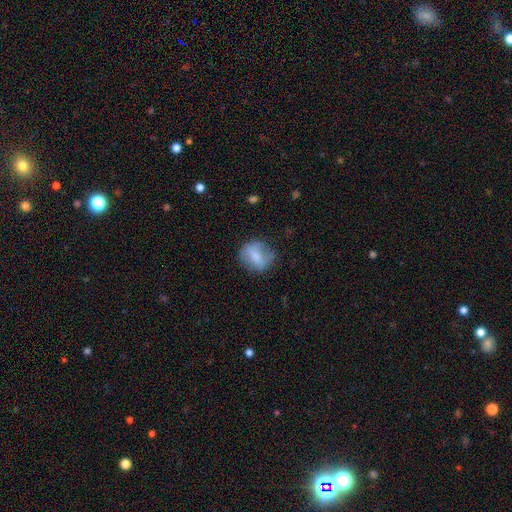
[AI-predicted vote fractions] smooth 71%, featured or disk 21%, star or artifact 8%. Down the decision tree: how rounded — round (64%); merging — none (63%).